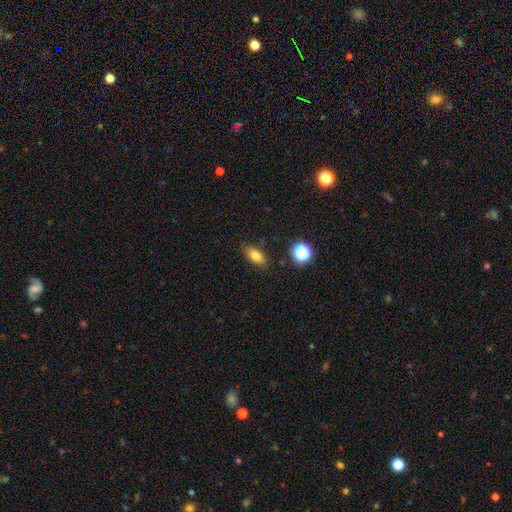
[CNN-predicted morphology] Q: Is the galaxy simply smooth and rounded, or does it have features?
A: smooth — 78%.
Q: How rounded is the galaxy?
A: in between — 79%.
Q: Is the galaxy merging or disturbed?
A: none — 83%.